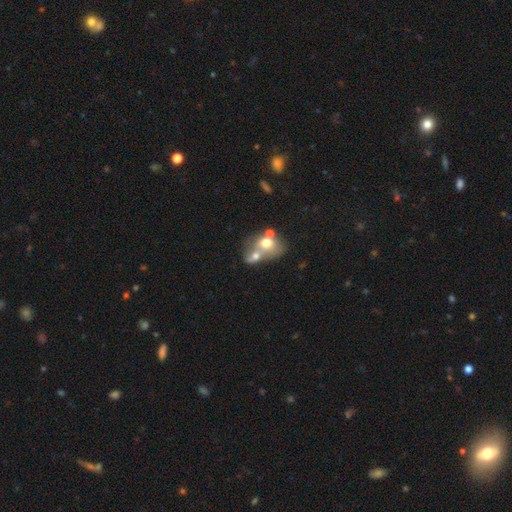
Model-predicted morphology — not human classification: Smooth or featured? smooth (58%)
How rounded? in between (57%)
Merging? merger (71%)